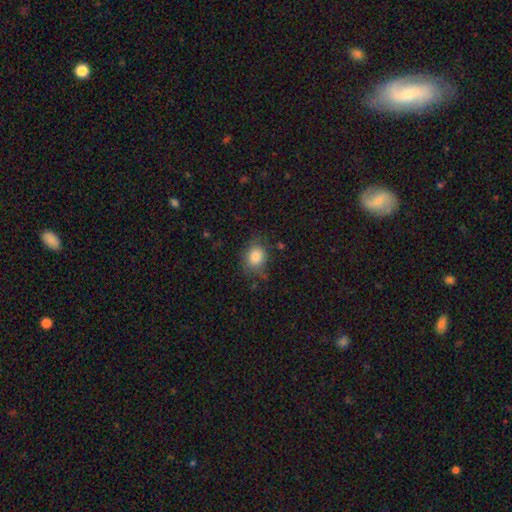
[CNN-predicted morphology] type=smooth (83%); roundness=round (56%); merging=none (73%).